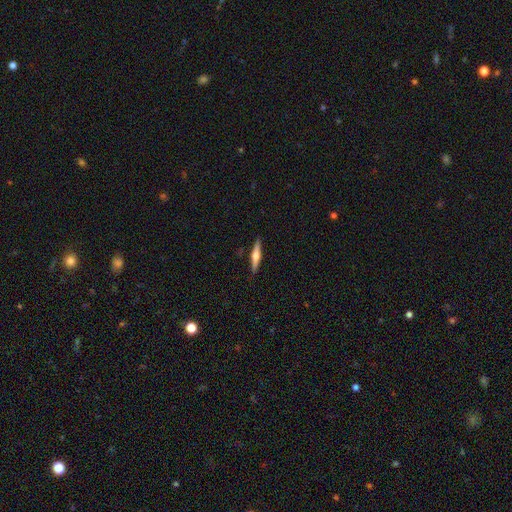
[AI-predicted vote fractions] Morphology: type=featured or disk (62%); edge-on=yes (97%); edge-on bulge=rounded (87%); merging=none (90%).